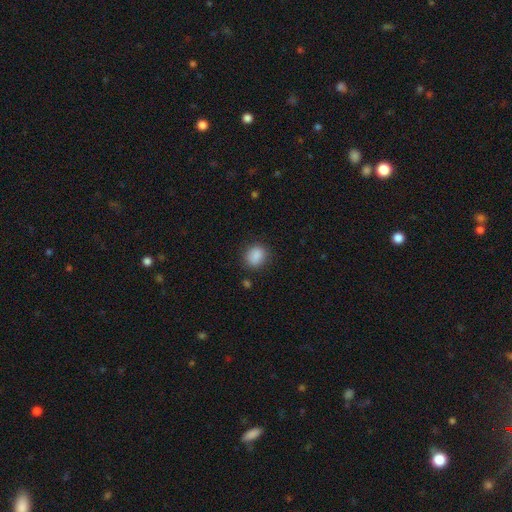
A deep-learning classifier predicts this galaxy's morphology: This appears to be a smooth galaxy with no disk features (87%) that is round (63%). Merging: none (83%).